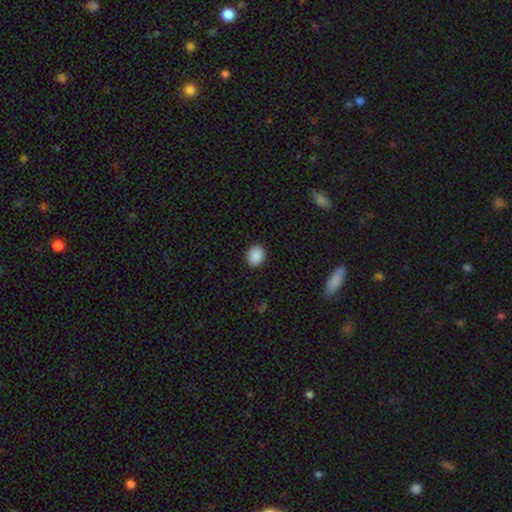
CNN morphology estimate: type=smooth (90%); roundness=round (64%); merging=none (91%).